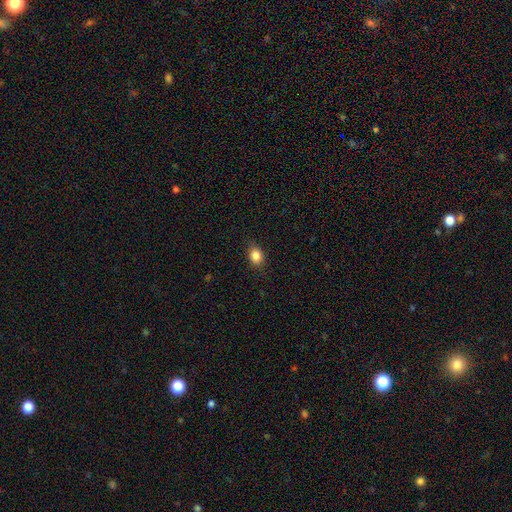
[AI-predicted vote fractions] smooth_or_featured: smooth (p=0.85) [alt: star or artifact p=0.10]
how_rounded: in between (p=0.60) [alt: round p=0.39]
merging: none (p=0.85) [alt: minor disturbance p=0.12]